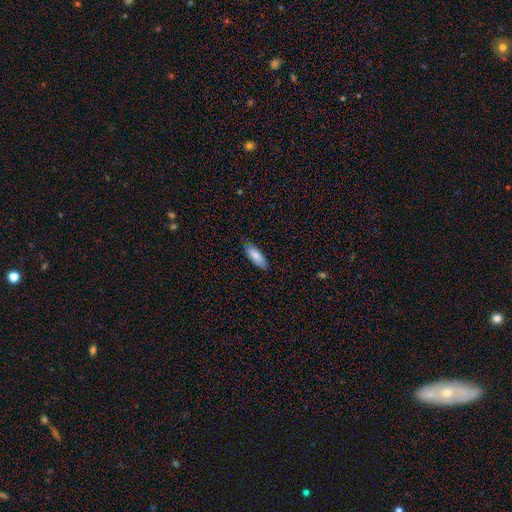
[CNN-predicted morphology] Smooth or featured: smooth — 84% (featured or disk — 11%)
How rounded: in between — 70% (cigar-shaped — 28%)
Merging: none — 85% (minor disturbance — 12%)